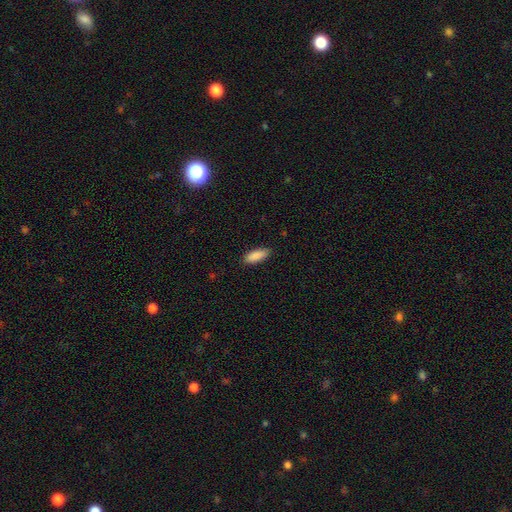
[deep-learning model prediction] Q: Smooth or featured?
A: smooth (89%); runner-up: star or artifact (6%)
Q: How rounded?
A: in between (73%); runner-up: cigar-shaped (26%)
Q: Merging?
A: none (87%); runner-up: minor disturbance (10%)